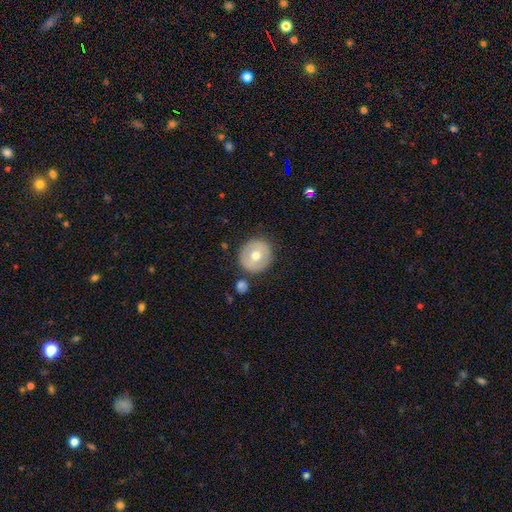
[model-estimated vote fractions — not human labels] A smooth galaxy with no disk features (60%) that is round (93%).

Vote fractions:
- Smooth or featured? smooth: 60% / featured or disk: 33% / star or artifact: 8%
- How rounded? round: 93% / in between: 6% / cigar-shaped: 1%
- Merging? none: 84% / minor disturbance: 9% / merger: 4% / major disturbance: 3%